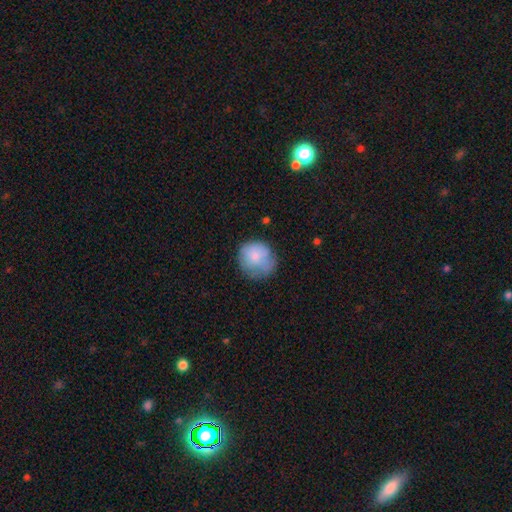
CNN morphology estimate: type=smooth (75%); roundness=round (81%); merging=none (54%).